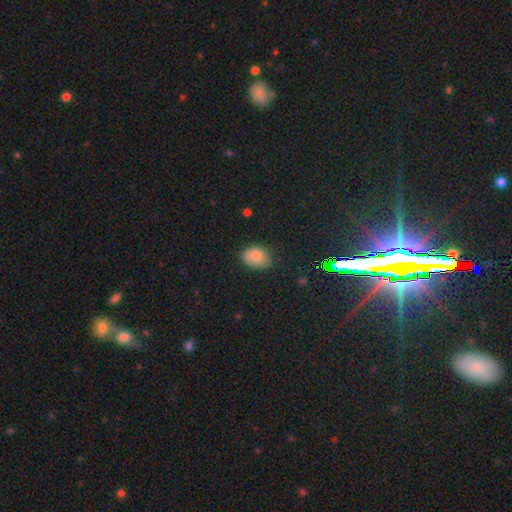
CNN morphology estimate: A smooth galaxy with no disk features (80%) that is in between round and cigar-shaped (72%). Merging: none (73%).